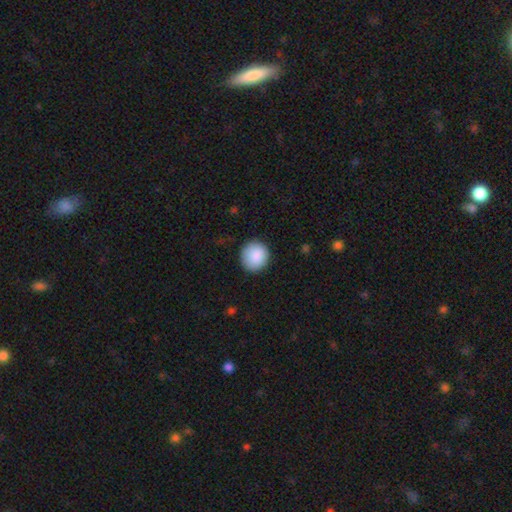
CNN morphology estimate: This is clearly a smooth galaxy (89%). How rounded: clearly round (91%). Merging: clearly none (89%).